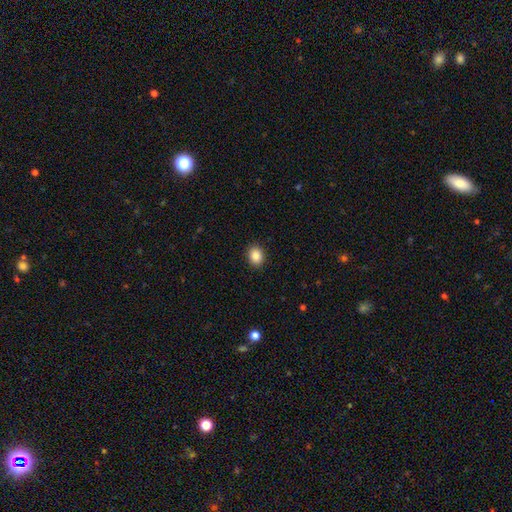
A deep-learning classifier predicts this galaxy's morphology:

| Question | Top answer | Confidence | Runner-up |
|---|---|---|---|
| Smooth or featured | smooth | 87% | star or artifact (9%) |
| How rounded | in between | 50% | tied: round (50%) |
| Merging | none | 91% | minor disturbance (6%) |